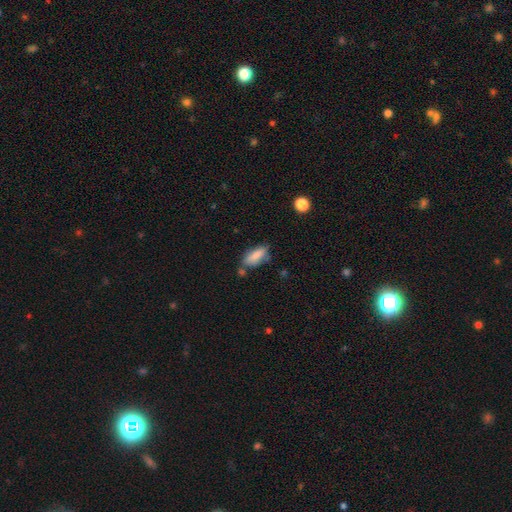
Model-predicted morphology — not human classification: Q: Smooth or featured?
A: smooth (78%); runner-up: featured or disk (14%)
Q: How rounded?
A: in between (68%); runner-up: cigar-shaped (29%)
Q: Merging?
A: none (57%); runner-up: minor disturbance (25%)